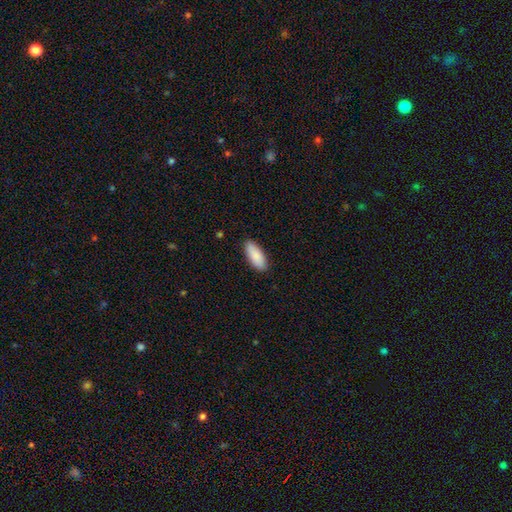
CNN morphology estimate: Overall: smooth (88%). How rounded: in between (81%). Merging: none (88%).